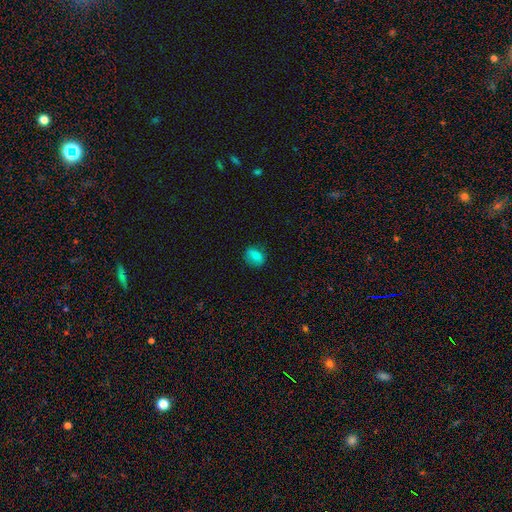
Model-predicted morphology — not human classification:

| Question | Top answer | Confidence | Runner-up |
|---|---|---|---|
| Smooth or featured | smooth | 76% | featured or disk (13%) |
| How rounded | in between | 50% | round (48%) |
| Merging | none | 81% | minor disturbance (15%) |